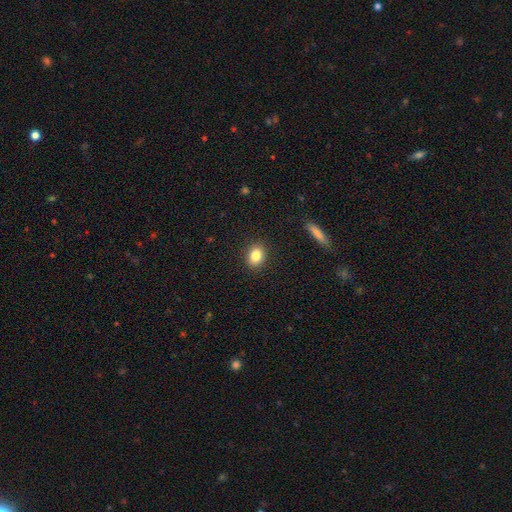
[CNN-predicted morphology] Overall: smooth (83%). How rounded: in between (65%; round 34%). Merging: none (89%).